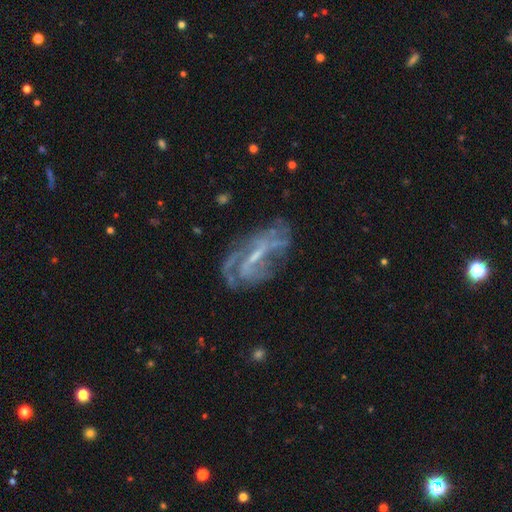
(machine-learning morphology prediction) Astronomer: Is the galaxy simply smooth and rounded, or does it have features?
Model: featured or disk — 78%.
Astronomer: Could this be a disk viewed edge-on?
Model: no — 91%.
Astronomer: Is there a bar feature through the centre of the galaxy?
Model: weak — 43% (runner-up: strong, 35%).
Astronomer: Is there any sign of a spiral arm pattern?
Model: yes — 79%.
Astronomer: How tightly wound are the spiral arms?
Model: medium — 40% (runner-up: tight, 33%).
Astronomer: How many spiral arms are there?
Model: can't tell — 40% (runner-up: 2, 27%).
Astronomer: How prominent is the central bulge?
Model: small — 53%.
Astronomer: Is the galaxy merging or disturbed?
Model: none — 54%.